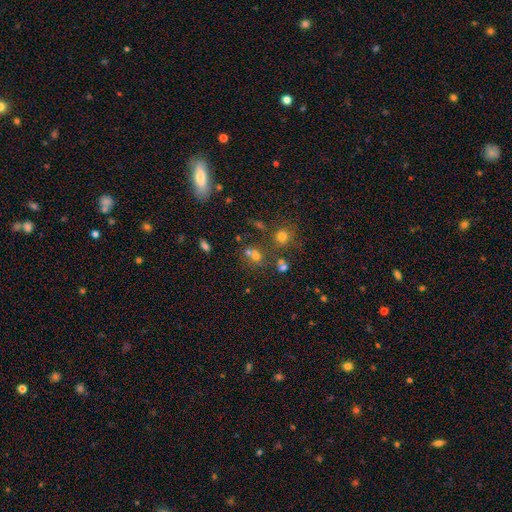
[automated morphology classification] Smooth or featured? Predicted: smooth (p=0.59). How rounded? Predicted: round (p=0.68). Merging? Predicted: none (p=0.48).